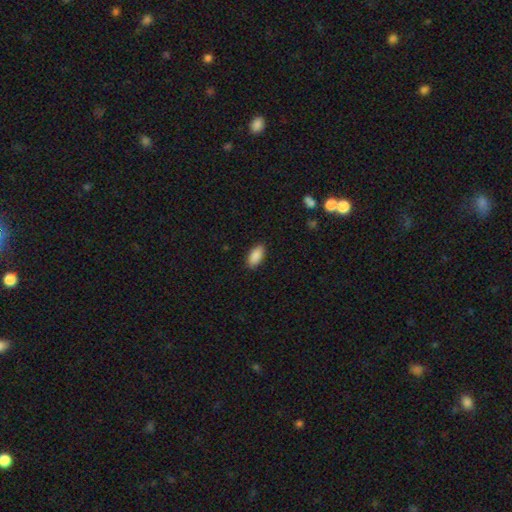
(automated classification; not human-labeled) The model was most divided on "merging": none: 89%, minor disturbance: 8%, major disturbance: 2%, merger: 1%. More confident: how rounded — in between (91%); smooth or featured — smooth (88%).